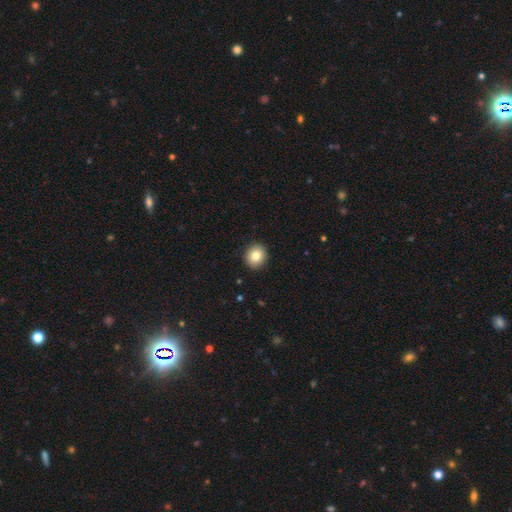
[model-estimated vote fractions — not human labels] Morphology: type=smooth (83%); roundness=round (82%); merging=none (92%).